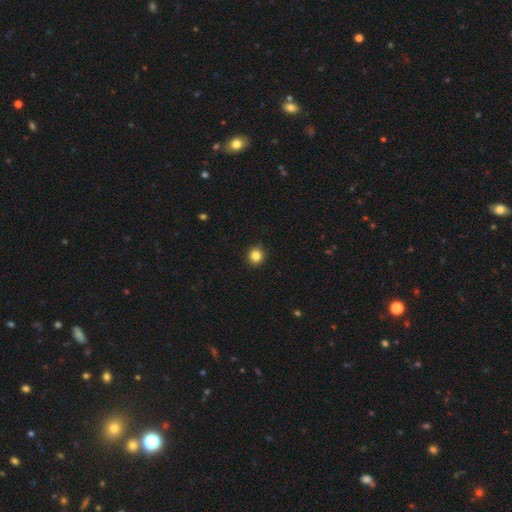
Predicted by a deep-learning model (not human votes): smooth-or-featured: smooth: 84% | star or artifact: 11% | featured or disk: 5%
  how-rounded: round: 88% | in between: 11% | cigar-shaped: 1%
  merging: none: 91% | minor disturbance: 6% | major disturbance: 2% | merger: 1%